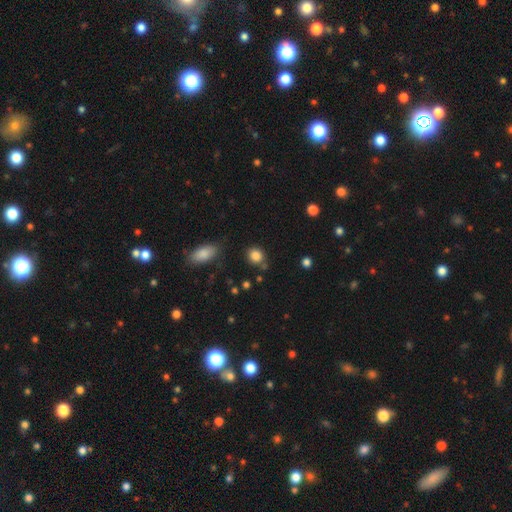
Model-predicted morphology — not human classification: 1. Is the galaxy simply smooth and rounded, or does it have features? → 85% smooth, 10% star or artifact, 5% featured or disk.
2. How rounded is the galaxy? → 74% round, 25% in between, 1% cigar-shaped.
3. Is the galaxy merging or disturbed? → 77% none, 13% minor disturbance, 6% merger, 4% major disturbance.